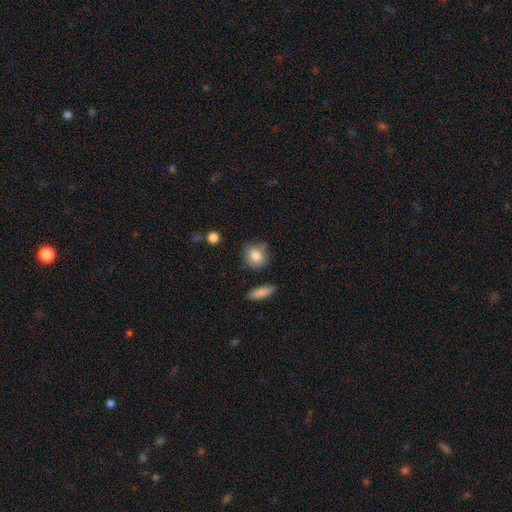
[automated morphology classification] Smooth or featured? Predicted: smooth (p=0.82). How rounded? Predicted: round (p=0.76). Merging? Predicted: none (p=0.73).